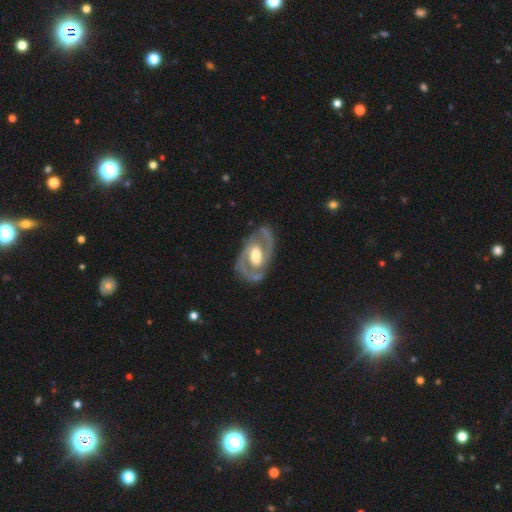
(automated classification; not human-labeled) Smooth or featured?
  - featured or disk: 87% *
  - smooth: 9%
  - star or artifact: 4%
Edge-on disk?
  - no: 96% *
  - yes: 4%
Bar?
  - weak: 39% *
  - no: 37%
  - strong: 24%
Spiral arms?
  - yes: 90% *
  - no: 10%
Spiral winding?
  - medium: 54% *
  - tight: 33%
  - loose: 13%
Spiral arm count?
  - 2: 90% *
  - can't tell: 4%
  - 1: 2%
  - 3: 2%
  - 4: 1%
  - more than 4: 1%
Bulge size?
  - moderate: 67% *
  - large: 18%
  - small: 13%
  - dominant: 1%
  - none: 1%
Merging?
  - none: 81% *
  - minor disturbance: 13%
  - major disturbance: 5%
  - merger: 2%